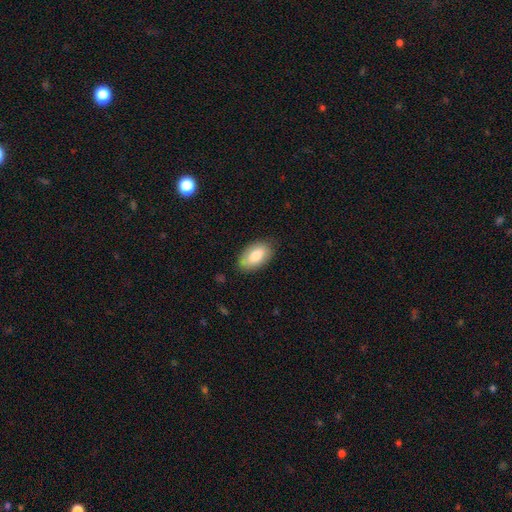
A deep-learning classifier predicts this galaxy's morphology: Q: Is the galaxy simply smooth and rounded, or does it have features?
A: smooth — 80%.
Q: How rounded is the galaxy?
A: in between — 94%.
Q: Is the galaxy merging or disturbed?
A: none — 82%.